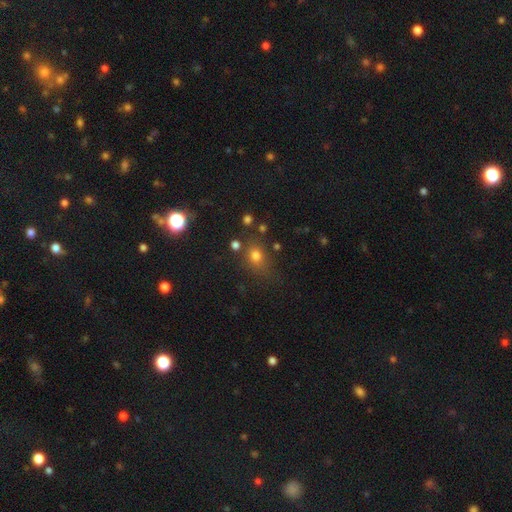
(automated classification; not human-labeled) Smooth or featured?
  - smooth: 73% *
  - star or artifact: 18%
  - featured or disk: 9%
How rounded?
  - round: 57% *
  - in between: 41%
  - cigar-shaped: 2%
Merging?
  - none: 69% *
  - minor disturbance: 17%
  - merger: 7%
  - major disturbance: 7%